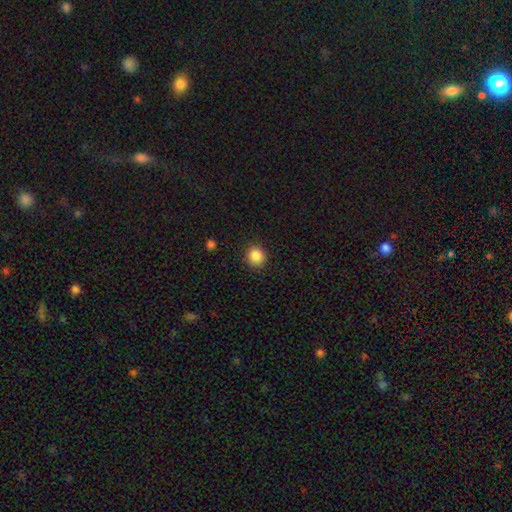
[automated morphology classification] smooth-or-featured: smooth: 87% | star or artifact: 10% | featured or disk: 3%
  how-rounded: round: 89% | in between: 10% | cigar-shaped: 1%
  merging: none: 90% | minor disturbance: 7% | major disturbance: 2% | merger: 1%